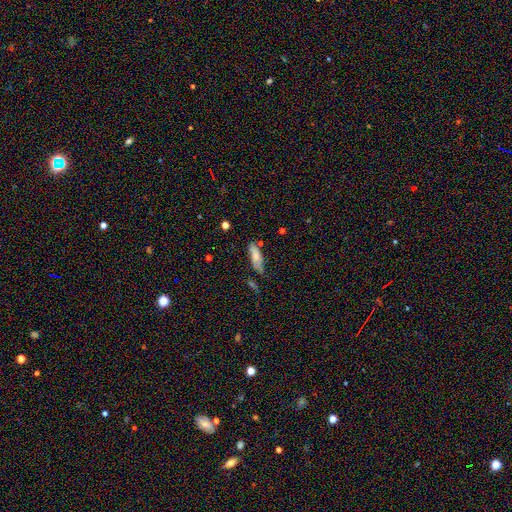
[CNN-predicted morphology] The model was most divided on "how rounded": in between: 55%, cigar-shaped: 42%, round: 2%. More confident: smooth or featured — smooth (70%); merging — none (60%).